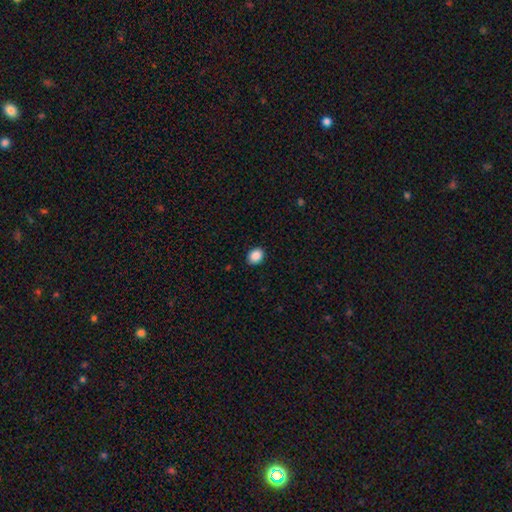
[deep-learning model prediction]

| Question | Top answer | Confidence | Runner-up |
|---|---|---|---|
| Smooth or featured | smooth | 89% | star or artifact (9%) |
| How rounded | round | 57% | in between (42%) |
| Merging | none | 90% | minor disturbance (7%) |